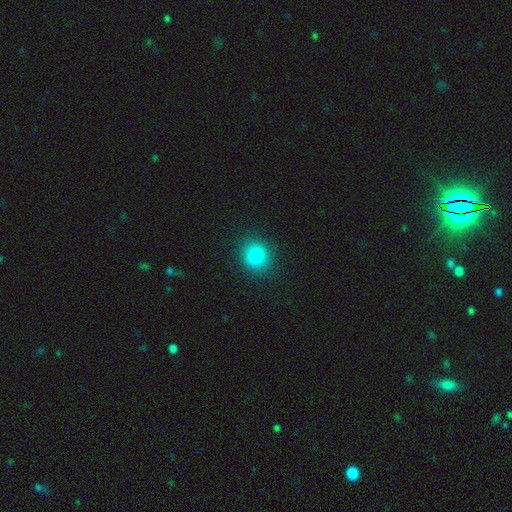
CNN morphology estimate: smooth-or-featured: smooth: 86% | star or artifact: 10% | featured or disk: 3%
  how-rounded: round: 80% | in between: 19% | cigar-shaped: 1%
  merging: none: 87% | minor disturbance: 9% | major disturbance: 3% | merger: 1%